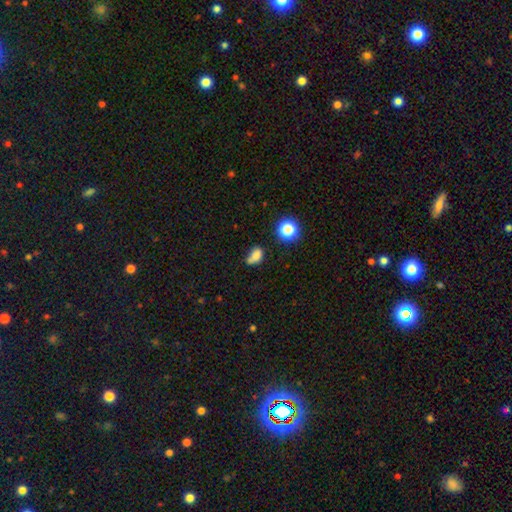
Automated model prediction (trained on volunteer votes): Overall: smooth (76%). How rounded: in between (71%). Merging: none (37%; minor disturbance 26%).